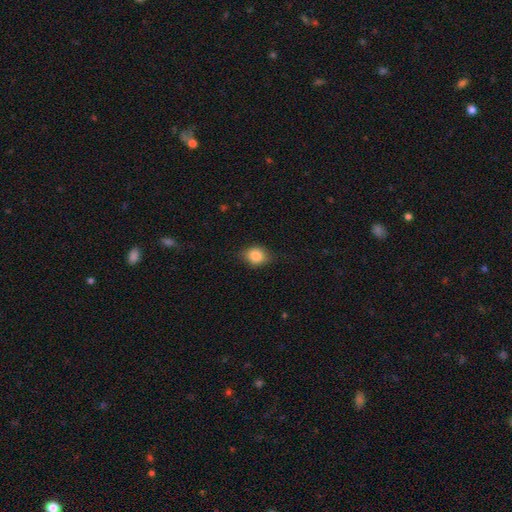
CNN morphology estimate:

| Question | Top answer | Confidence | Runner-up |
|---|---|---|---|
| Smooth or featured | smooth | 84% | star or artifact (9%) |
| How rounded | round | 55% | in between (44%) |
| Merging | none | 76% | minor disturbance (19%) |